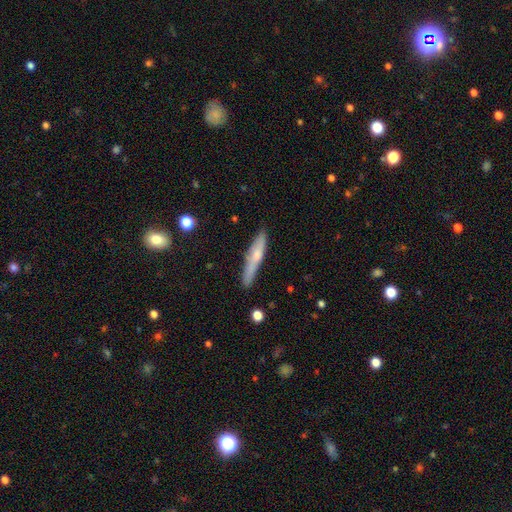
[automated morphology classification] type=smooth (57%); roundness=cigar-shaped (90%); merging=none (77%).